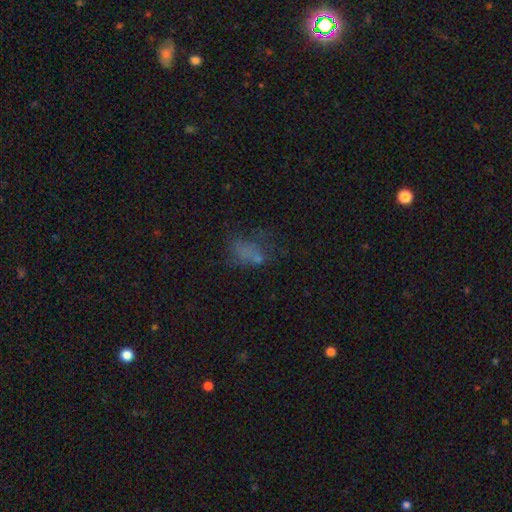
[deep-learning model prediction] A smooth galaxy with no disk features (49%). Merging: none (41%).